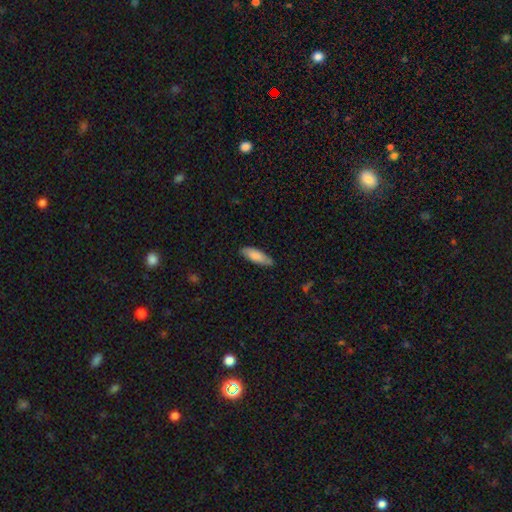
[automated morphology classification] Overall: smooth (82%). How rounded: in between (57%; cigar-shaped 42%). Merging: none (79%).